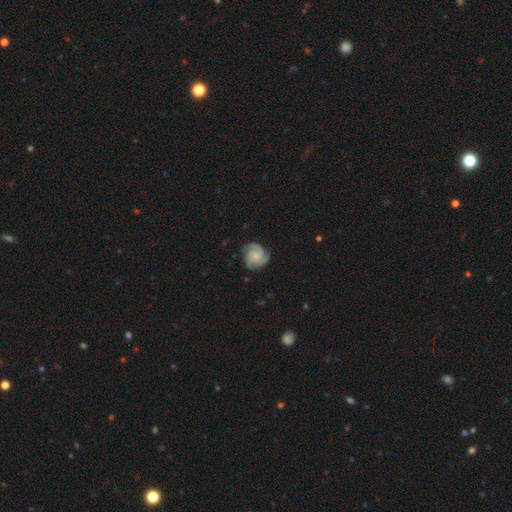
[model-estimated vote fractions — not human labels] Smooth or featured? Predicted: featured or disk (p=0.84). Edge-on disk? Predicted: no (p=0.98). Bar? Predicted: no (p=0.73). Spiral arms? Predicted: yes (p=0.98). Spiral winding? Predicted: tight (p=0.56). Spiral arm count? Predicted: 3 (p=0.67). Bulge size? Predicted: small (p=0.49). Merging? Predicted: none (p=0.76).